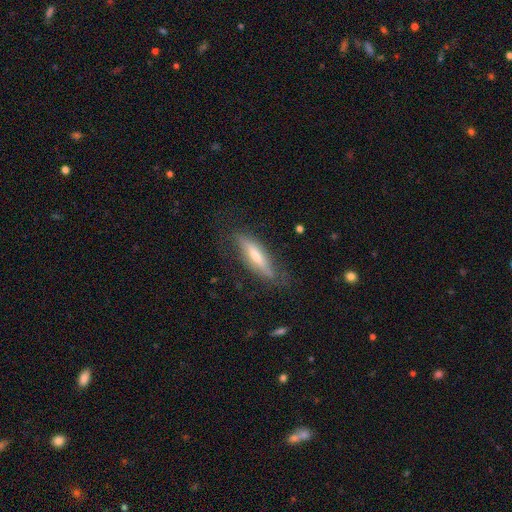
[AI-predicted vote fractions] Smooth or featured?
  - featured or disk: 49% *
  - smooth: 41%
  - star or artifact: 10%
Merging?
  - none: 74% *
  - minor disturbance: 19%
  - major disturbance: 6%
  - merger: 1%